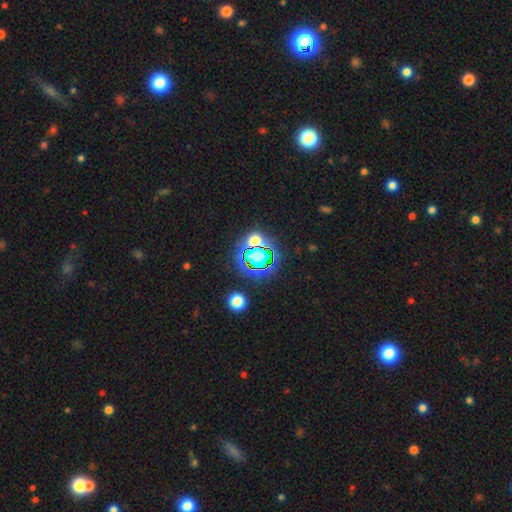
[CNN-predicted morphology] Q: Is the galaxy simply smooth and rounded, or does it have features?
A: star or artifact — 62%.